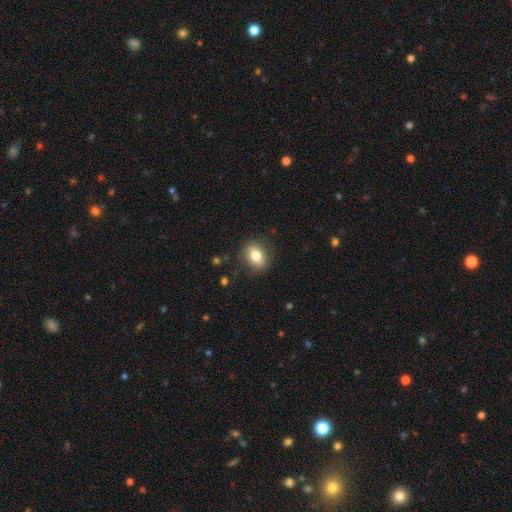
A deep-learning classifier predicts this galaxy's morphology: Smooth or featured? Predicted: smooth (p=0.79). How rounded? Predicted: in between (p=0.60). Merging? Predicted: none (p=0.85).